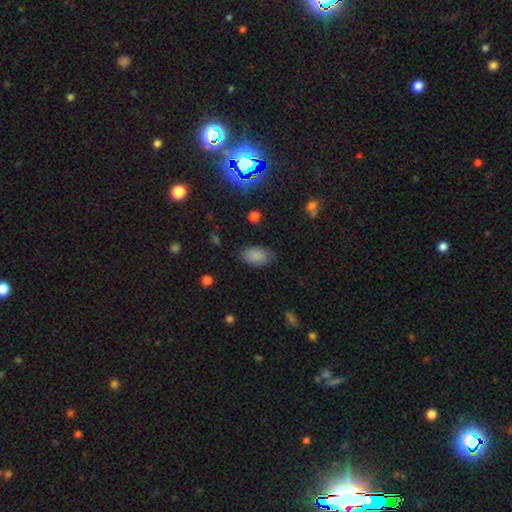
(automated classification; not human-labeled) Smooth or featured?
  - smooth: 86% *
  - star or artifact: 9%
  - featured or disk: 6%
How rounded?
  - in between: 92% *
  - round: 6%
  - cigar-shaped: 2%
Merging?
  - none: 79% *
  - minor disturbance: 15%
  - major disturbance: 4%
  - merger: 1%